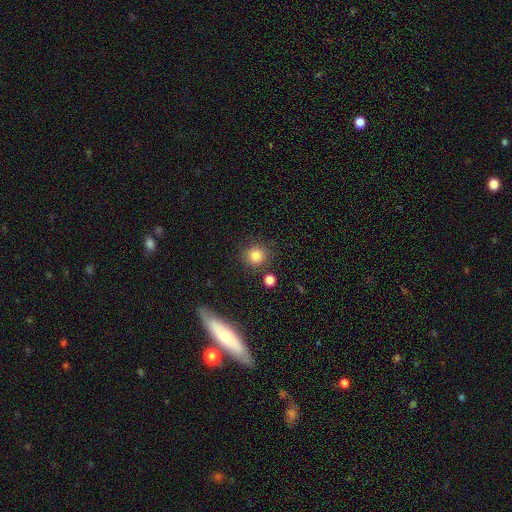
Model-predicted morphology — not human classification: This is clearly a smooth galaxy (83%). How rounded: clearly round (91%). Merging: clearly none (81%).